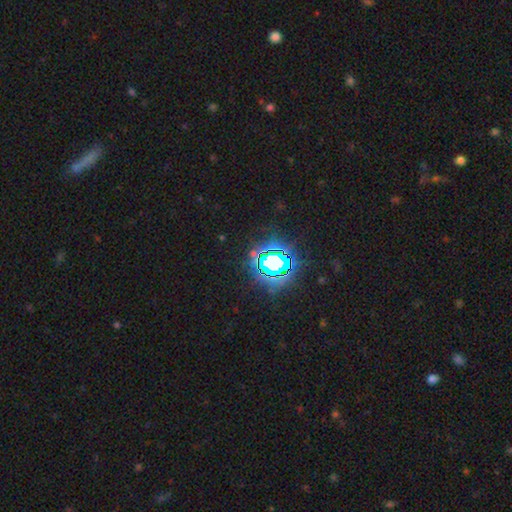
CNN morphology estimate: Q: Smooth or featured?
A: star or artifact (76%); runner-up: smooth (15%)